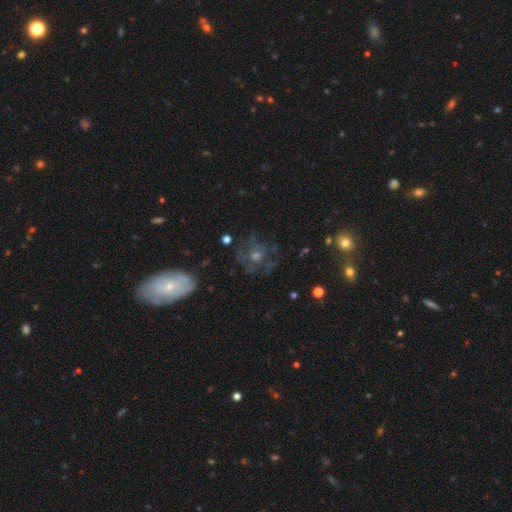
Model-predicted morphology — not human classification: featured or disk 54%, smooth 27%, star or artifact 19%. Down the decision tree: edge-on disk — no (95%); bar — no (77%); spiral arms — yes (62%); bulge size — moderate (44%); merging — none (68%).